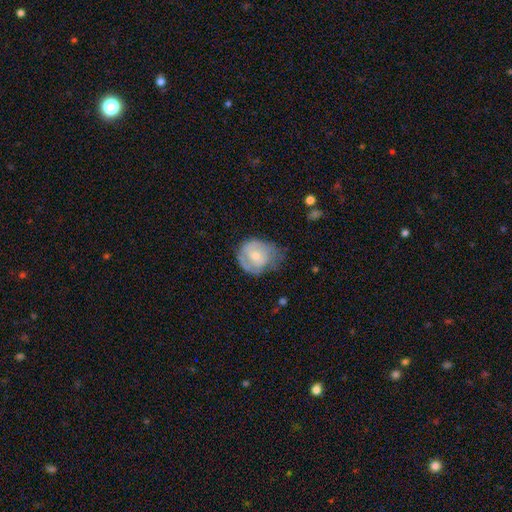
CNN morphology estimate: A featured or disk galaxy (47%).

Vote fractions:
- Smooth or featured? featured or disk: 47% / smooth: 46% / star or artifact: 7%
- Merging? none: 41% / minor disturbance: 36% / major disturbance: 21% / merger: 2%